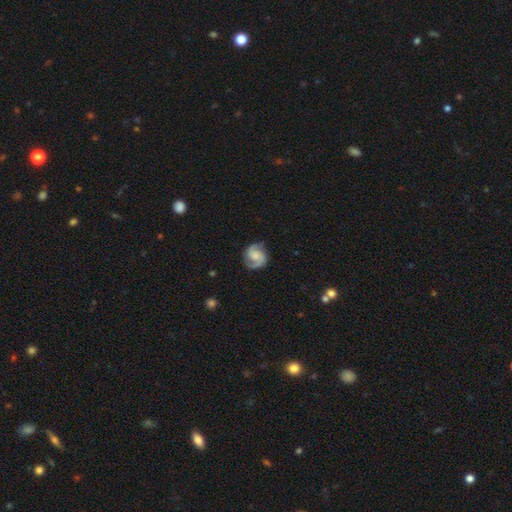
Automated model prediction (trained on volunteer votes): featured or disk 83%, smooth 11%, star or artifact 6%. Down the decision tree: edge-on disk — no (98%); bar — no (52%); spiral arms — yes (97%); spiral arm count — 2 (92%); spiral winding — medium (52%); bulge size — none (31%); merging — none (80%).